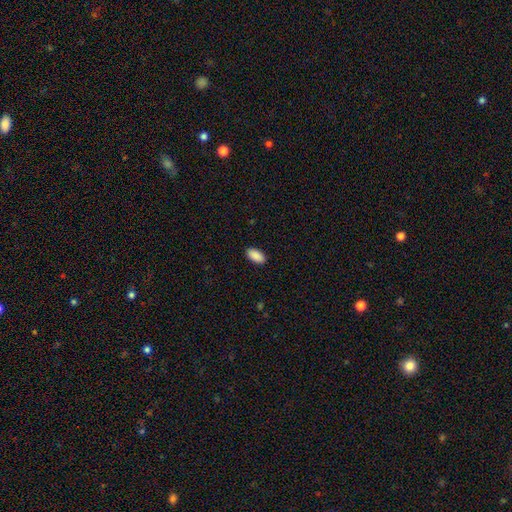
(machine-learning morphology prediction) The model was most divided on "merging": none: 90%, minor disturbance: 7%, major disturbance: 2%, merger: 1%. More confident: how rounded — in between (94%); smooth or featured — smooth (91%).